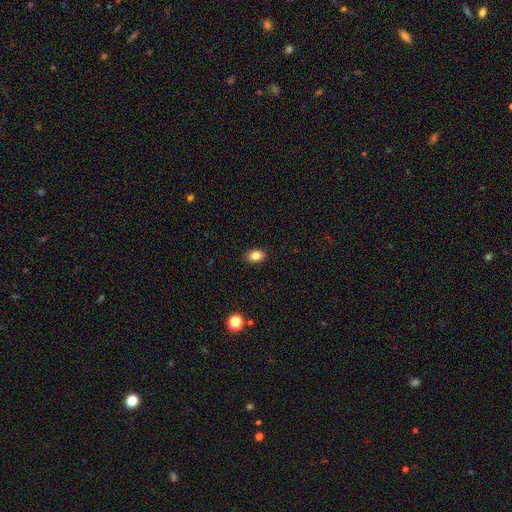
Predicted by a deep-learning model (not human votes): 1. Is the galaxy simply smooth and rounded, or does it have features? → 83% smooth, 10% star or artifact, 6% featured or disk.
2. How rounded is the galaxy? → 74% in between, 25% round, 1% cigar-shaped.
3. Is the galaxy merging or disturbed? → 89% none, 8% minor disturbance, 2% major disturbance, 1% merger.